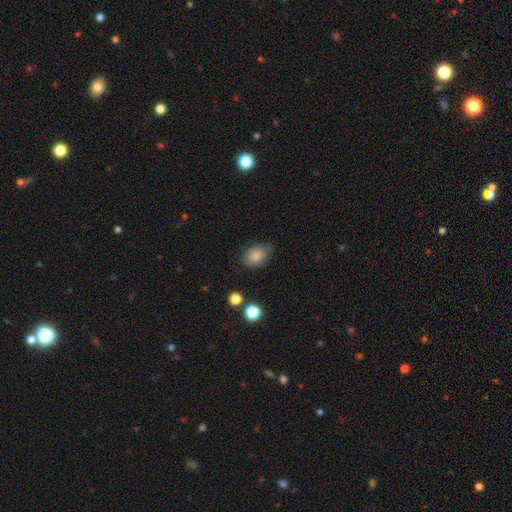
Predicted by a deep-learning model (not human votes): This is clearly a smooth galaxy (85%). How rounded: clearly in between (81%). Merging: likely none (73%).